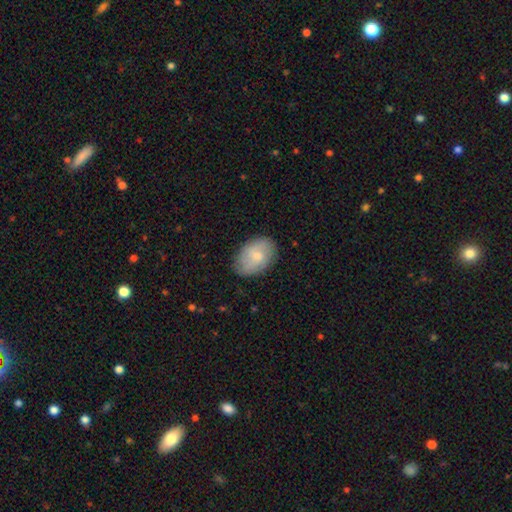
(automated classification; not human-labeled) Overall: smooth (65%; featured or disk 29%). How rounded: in between (83%). Merging: none (78%).